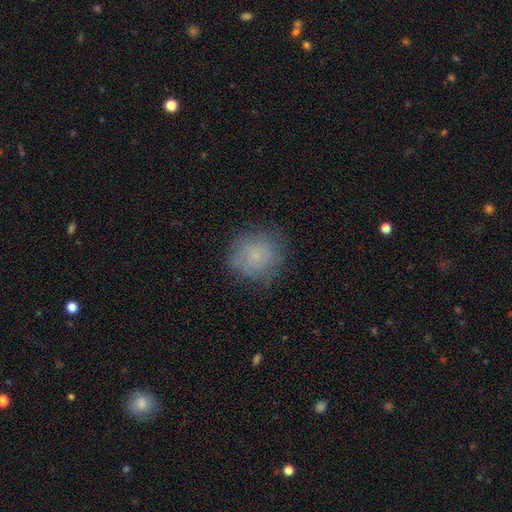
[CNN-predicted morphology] Smooth or featured? Predicted: smooth (p=0.70). How rounded? Predicted: round (p=0.88). Merging? Predicted: none (p=0.76).